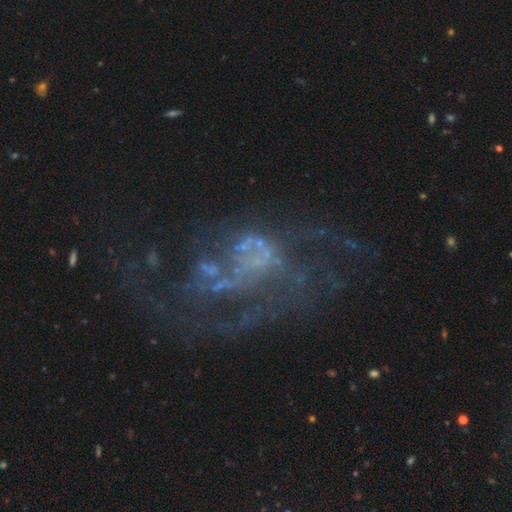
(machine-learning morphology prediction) A featured or disk galaxy (70%) with no bar (83%), no spiral arms (60%) and no central bulge (74%). Merging: major disturbance (46%).